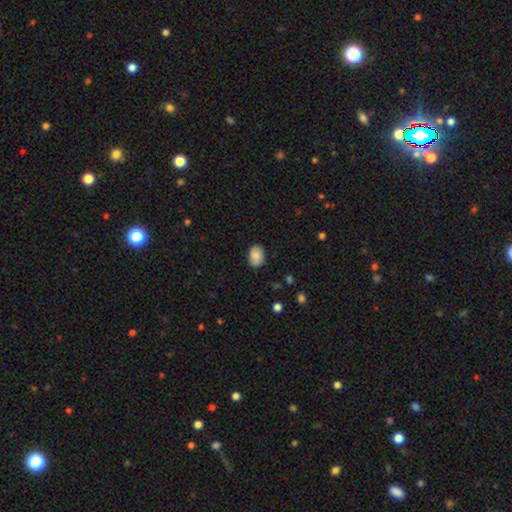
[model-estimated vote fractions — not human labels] smooth-or-featured: smooth: 82% | featured or disk: 10% | star or artifact: 8%
  how-rounded: in between: 68% | round: 31% | cigar-shaped: 1%
  merging: none: 80% | minor disturbance: 15% | major disturbance: 3% | merger: 1%